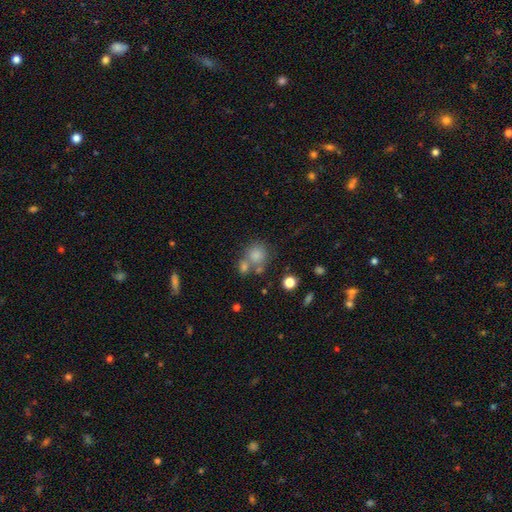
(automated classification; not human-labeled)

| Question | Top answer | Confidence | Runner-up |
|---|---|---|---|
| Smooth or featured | smooth | 78% | star or artifact (12%) |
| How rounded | round | 81% | in between (18%) |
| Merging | none | 50% | merger (33%) |